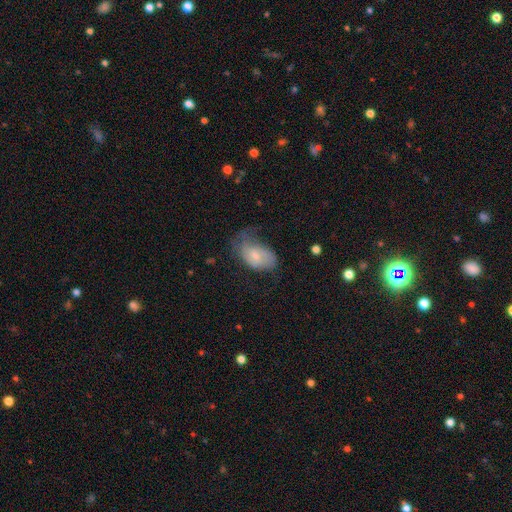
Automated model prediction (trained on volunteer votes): The model was most divided on "merging": minor disturbance: 35%, major disturbance: 34%, none: 30%, merger: 2%. More confident: how rounded — in between (89%); smooth or featured — smooth (53%).